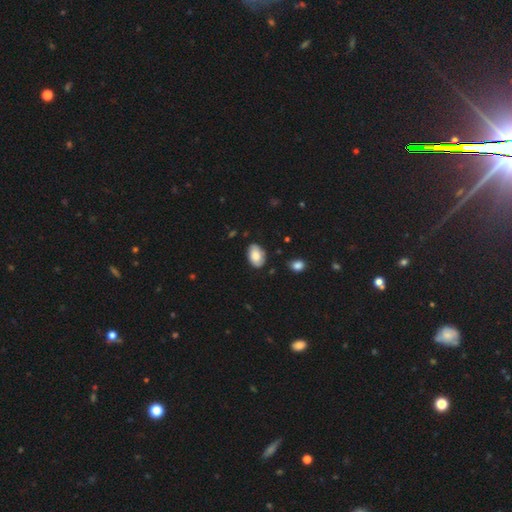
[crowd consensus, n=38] Smooth or featured? 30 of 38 (79%) said smooth. How rounded? 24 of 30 (80%) said in between. Merging? 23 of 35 (66%) said none.